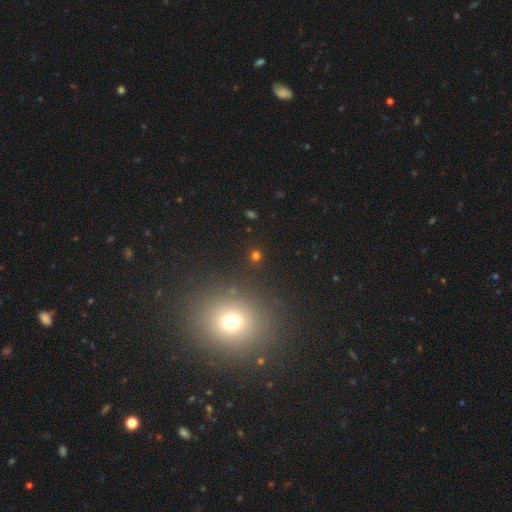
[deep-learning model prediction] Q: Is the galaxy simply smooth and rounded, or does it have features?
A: smooth — 66%.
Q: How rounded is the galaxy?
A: round — 89%.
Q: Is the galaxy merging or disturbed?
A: none — 88%.